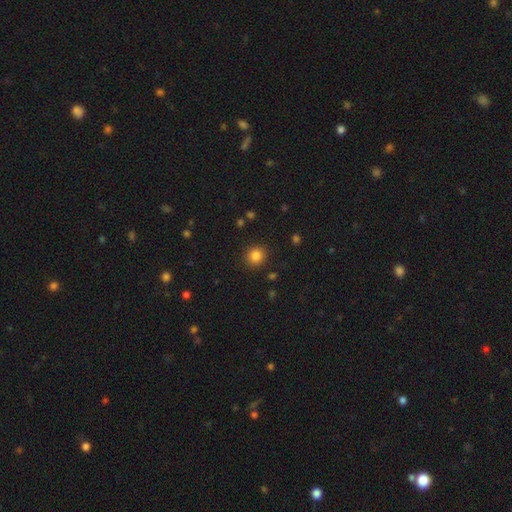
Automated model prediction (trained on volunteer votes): A smooth galaxy with no disk features (84%) that is round (90%). Merging: none (89%).